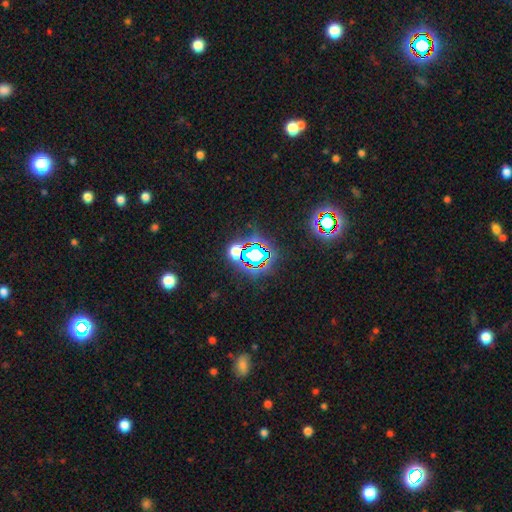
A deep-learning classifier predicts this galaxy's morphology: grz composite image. It shows a star or artifact, not a galaxy (70%).